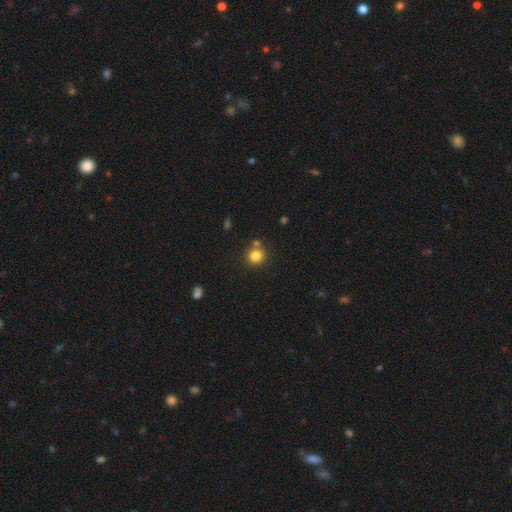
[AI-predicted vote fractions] This is clearly a smooth galaxy (81%). How rounded: clearly round (90%). Merging: likely none (75%).